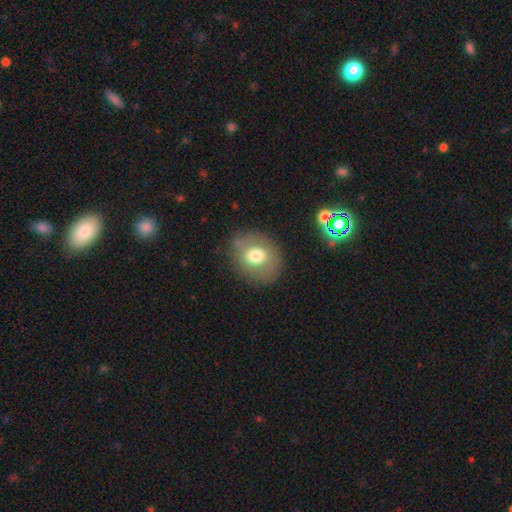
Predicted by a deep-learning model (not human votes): A smooth galaxy with no disk features (68%) that is round (58%).

Vote fractions:
- Smooth or featured? smooth: 68% / featured or disk: 22% / star or artifact: 10%
- How rounded? round: 58% / in between: 41% / cigar-shaped: 1%
- Merging? none: 77% / minor disturbance: 15% / major disturbance: 6% / merger: 2%